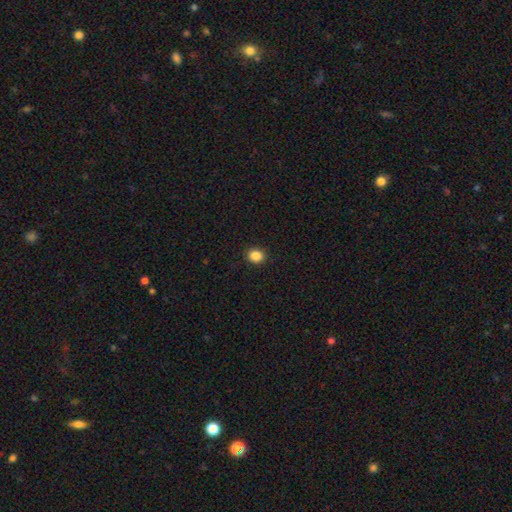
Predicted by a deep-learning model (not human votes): A smooth galaxy with no disk features (86%) that is round (66%).

Vote fractions:
- Smooth or featured? smooth: 86% / star or artifact: 10% / featured or disk: 4%
- How rounded? round: 66% / in between: 33% / cigar-shaped: 1%
- Merging? none: 92% / minor disturbance: 6% / major disturbance: 2% / merger: 1%